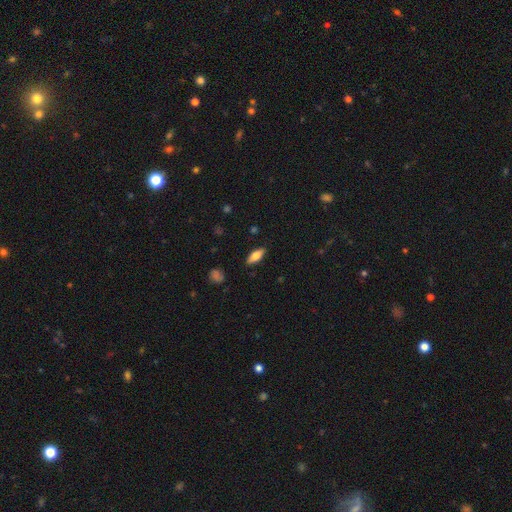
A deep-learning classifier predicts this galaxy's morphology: smooth-or-featured: smooth: 65% | featured or disk: 28% | star or artifact: 7%
  how-rounded: in between: 74% | cigar-shaped: 23% | round: 3%
  merging: none: 87% | minor disturbance: 9% | major disturbance: 2% | merger: 1%